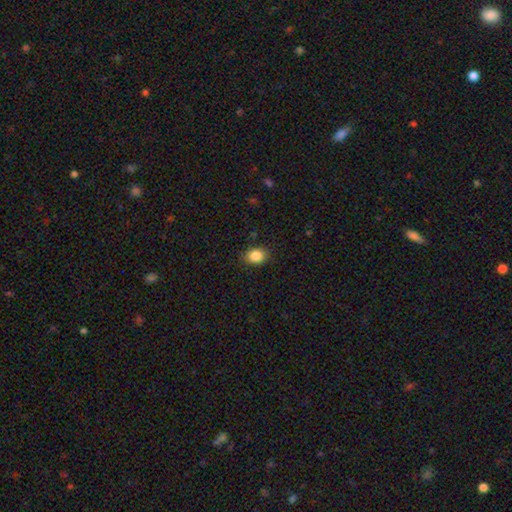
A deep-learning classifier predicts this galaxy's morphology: Q: Smooth or featured?
A: smooth (86%); runner-up: star or artifact (9%)
Q: How rounded?
A: in between (56%); runner-up: round (43%)
Q: Merging?
A: none (85%); runner-up: minor disturbance (11%)